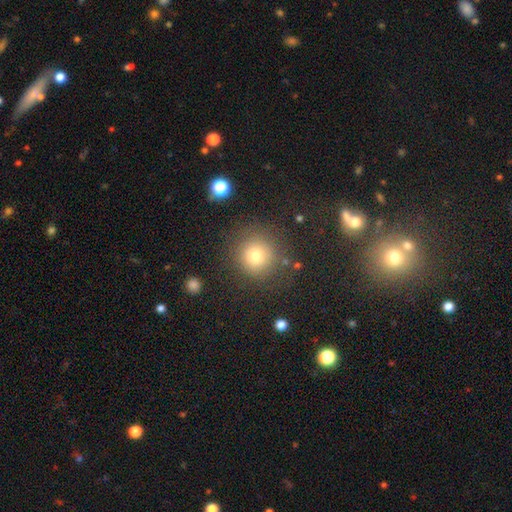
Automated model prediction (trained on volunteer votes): smooth_or_featured: smooth (p=0.77) [alt: star or artifact p=0.14]
how_rounded: round (p=0.92) [alt: in between p=0.07]
merging: none (p=0.84) [alt: minor disturbance p=0.09]